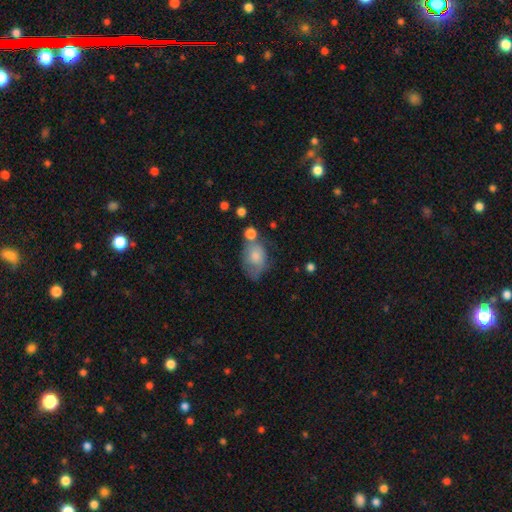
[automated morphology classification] Q: Smooth or featured?
A: smooth (72%); runner-up: featured or disk (20%)
Q: How rounded?
A: in between (78%); runner-up: round (21%)
Q: Merging?
A: none (36%); runner-up: minor disturbance (30%)